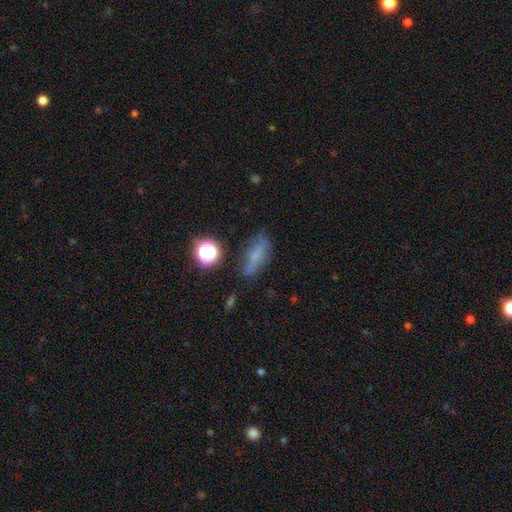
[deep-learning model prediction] Overall: smooth (58%; featured or disk 24%). How rounded: in between (62%; cigar-shaped 28%). Merging: none (62%; minor disturbance 24%).